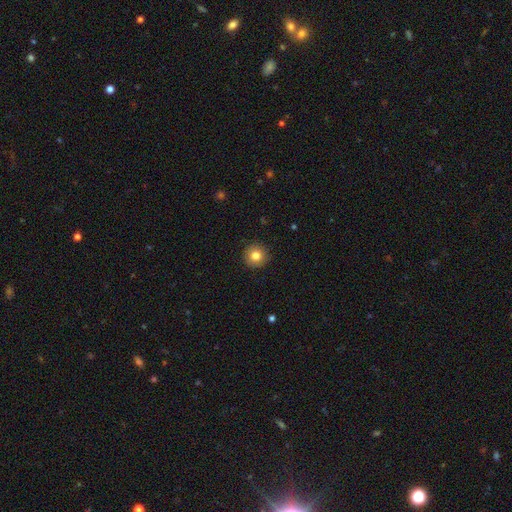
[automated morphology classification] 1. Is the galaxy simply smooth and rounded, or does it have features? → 82% smooth, 10% star or artifact, 8% featured or disk.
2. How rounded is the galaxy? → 95% round, 4% in between, 1% cigar-shaped.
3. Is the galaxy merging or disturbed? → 91% none, 6% minor disturbance, 2% major disturbance, 1% merger.